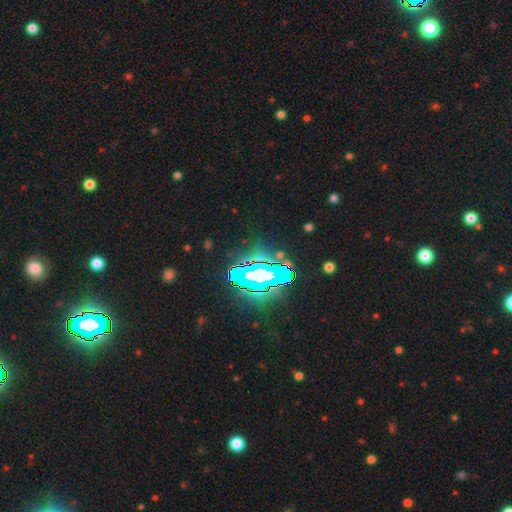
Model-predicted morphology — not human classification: The model was most divided on "smooth or featured": star or artifact: 82%, smooth: 10%, featured or disk: 8%.